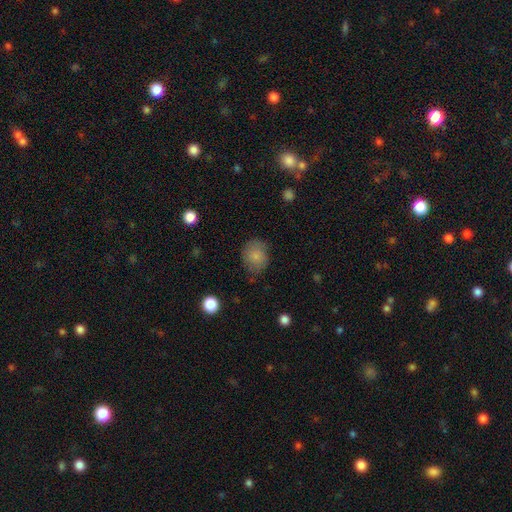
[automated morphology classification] A smooth galaxy with no disk features (83%) that is round (66%).

Vote fractions:
- Smooth or featured? smooth: 83% / star or artifact: 9% / featured or disk: 8%
- How rounded? round: 66% / in between: 33% / cigar-shaped: 1%
- Merging? none: 73% / minor disturbance: 20% / major disturbance: 6% / merger: 1%